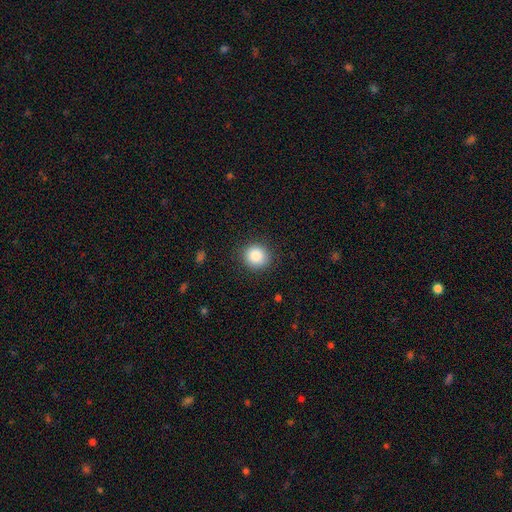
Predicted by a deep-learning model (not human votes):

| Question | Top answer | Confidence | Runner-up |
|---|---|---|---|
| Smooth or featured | smooth | 86% | star or artifact (9%) |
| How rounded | round | 90% | in between (9%) |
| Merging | none | 89% | minor disturbance (8%) |